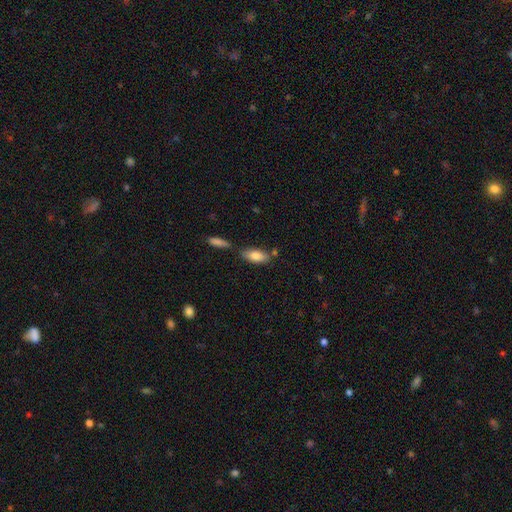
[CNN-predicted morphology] The model was most divided on "merging": none: 65%, minor disturbance: 16%, merger: 15%, major disturbance: 4%. More confident: smooth or featured — smooth (82%); how rounded — in between (81%).